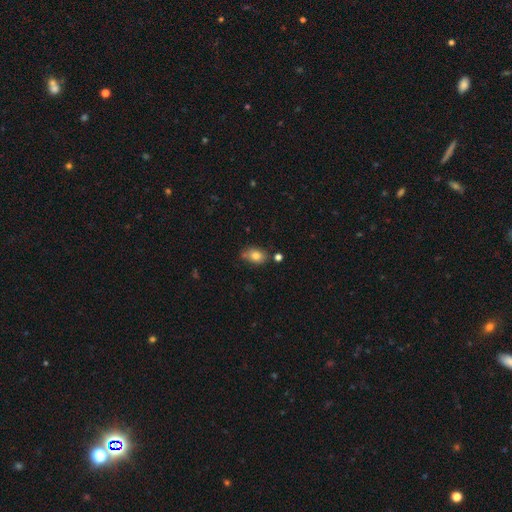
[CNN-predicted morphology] type=smooth (80%); roundness=in between (77%); merging=none (66%).